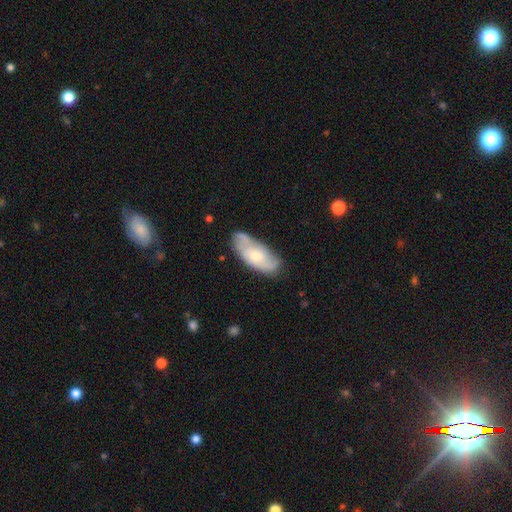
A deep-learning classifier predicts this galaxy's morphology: This appears to be a featured or disk galaxy (49%). Merging: none (62%).